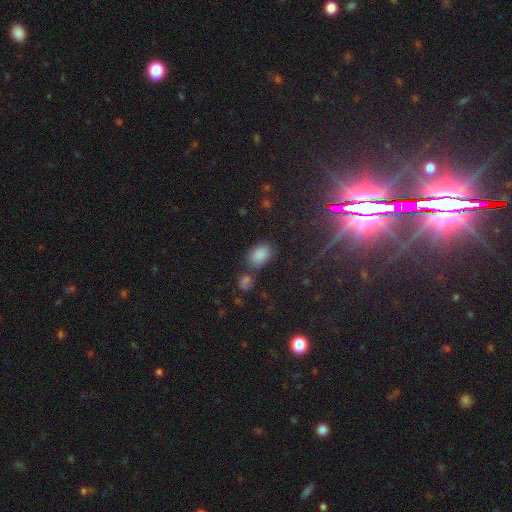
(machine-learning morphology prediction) Smooth or featured: star or artifact — 69% (smooth — 16%)